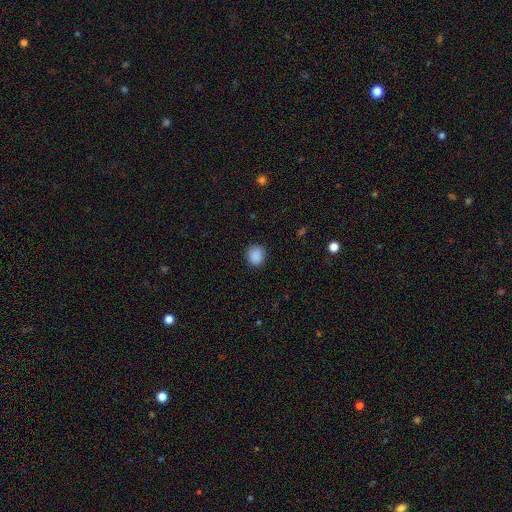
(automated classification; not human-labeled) Smooth or featured: smooth — 89% (star or artifact — 9%)
How rounded: round — 81% (in between — 18%)
Merging: none — 88% (minor disturbance — 8%)